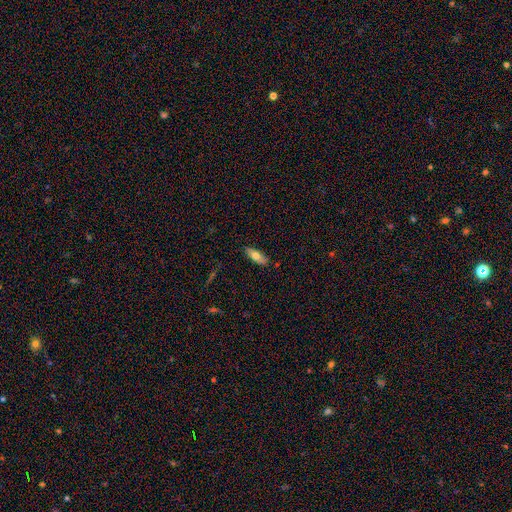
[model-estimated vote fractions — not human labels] This appears to be a smooth galaxy with no disk features (68%) that is in between round and cigar-shaped (68%). Merging: none (85%).